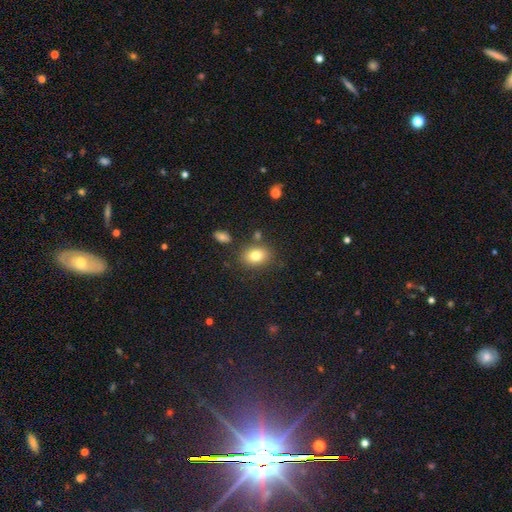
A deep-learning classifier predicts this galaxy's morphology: Smooth or featured?
  - smooth: 80% *
  - star or artifact: 10%
  - featured or disk: 10%
How rounded?
  - in between: 67% *
  - round: 31%
  - cigar-shaped: 1%
Merging?
  - none: 80% *
  - minor disturbance: 11%
  - merger: 5%
  - major disturbance: 3%